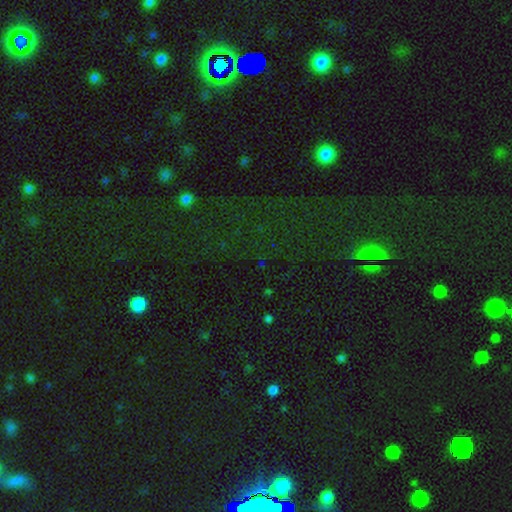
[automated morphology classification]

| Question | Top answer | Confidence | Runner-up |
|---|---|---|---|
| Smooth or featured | star or artifact | 73% | smooth (17%) |